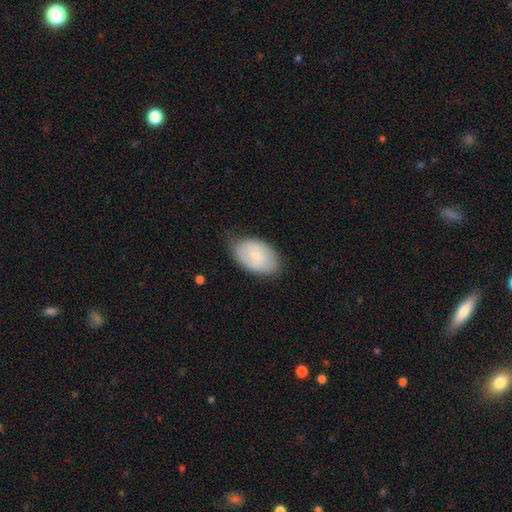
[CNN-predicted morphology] The model was most divided on "smooth or featured": smooth: 67%, featured or disk: 27%, star or artifact: 7%. More confident: how rounded — in between (91%); merging — none (71%).